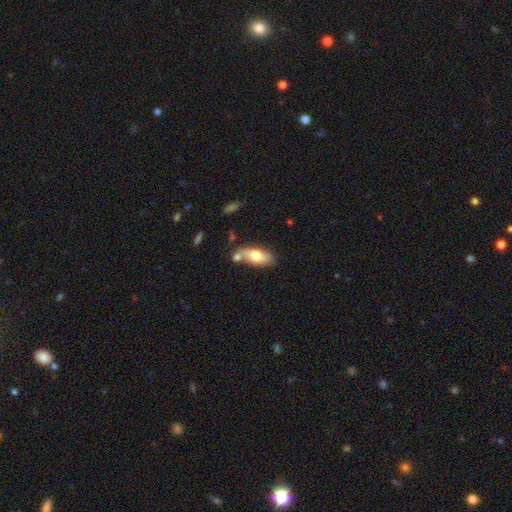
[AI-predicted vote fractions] Smooth or featured? Predicted: smooth (p=0.68). How rounded? Predicted: in between (p=0.82). Merging? Predicted: none (p=0.61).